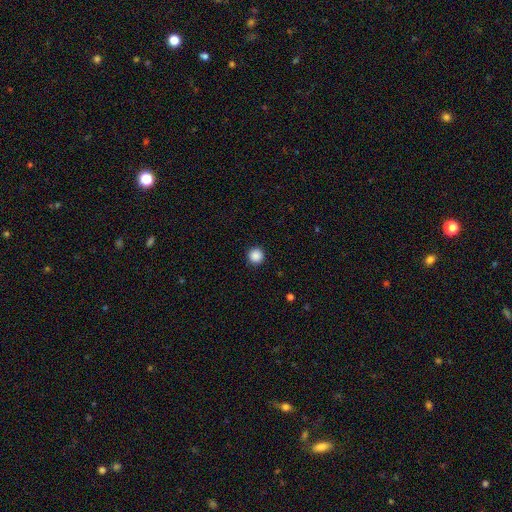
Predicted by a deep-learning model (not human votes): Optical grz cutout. It shows a smooth galaxy with no disk features (88%) that is round (96%). Merging: none (93%).